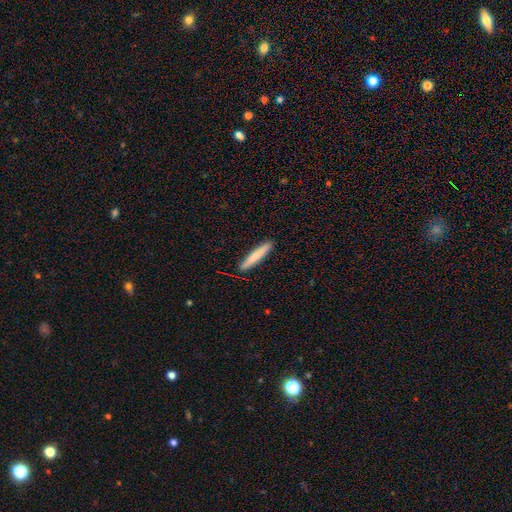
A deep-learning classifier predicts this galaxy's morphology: Smooth or featured? smooth (75%)
How rounded? cigar-shaped (94%)
Merging? none (90%)